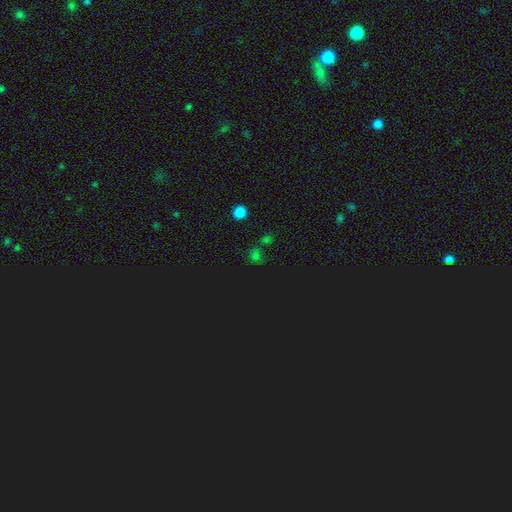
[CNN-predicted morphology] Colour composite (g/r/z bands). It shows a star or artifact, not a galaxy (55%).